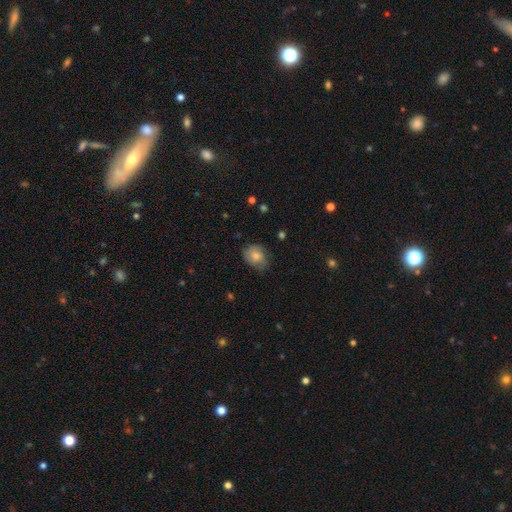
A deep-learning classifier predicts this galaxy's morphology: smooth 73%, featured or disk 18%, star or artifact 8%. Down the decision tree: how rounded — in between (50%); merging — none (63%).